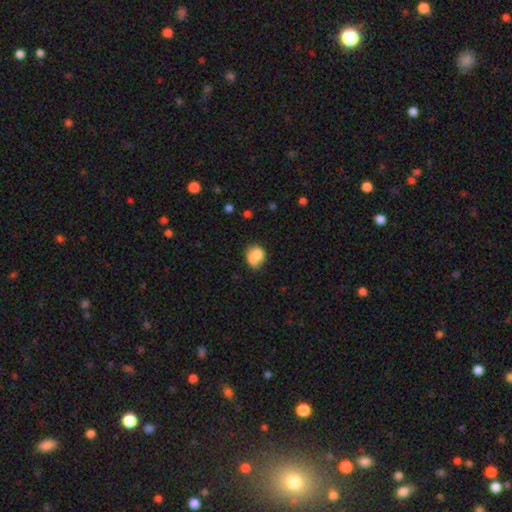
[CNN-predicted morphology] type=smooth (71%); roundness=round (57%); merging=merger (57%).